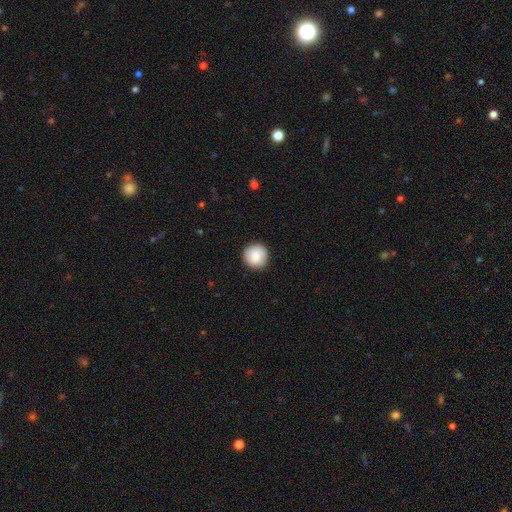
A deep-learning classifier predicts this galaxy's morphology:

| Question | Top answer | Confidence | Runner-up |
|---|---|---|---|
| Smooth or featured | smooth | 87% | star or artifact (7%) |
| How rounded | round | 96% | in between (3%) |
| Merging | none | 91% | minor disturbance (6%) |